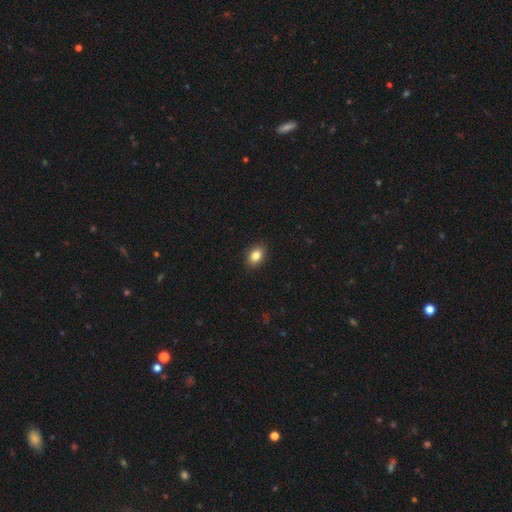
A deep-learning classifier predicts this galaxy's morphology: Smooth or featured: smooth — 84% (star or artifact — 9%)
How rounded: in between — 78% (round — 20%)
Merging: none — 90% (minor disturbance — 7%)